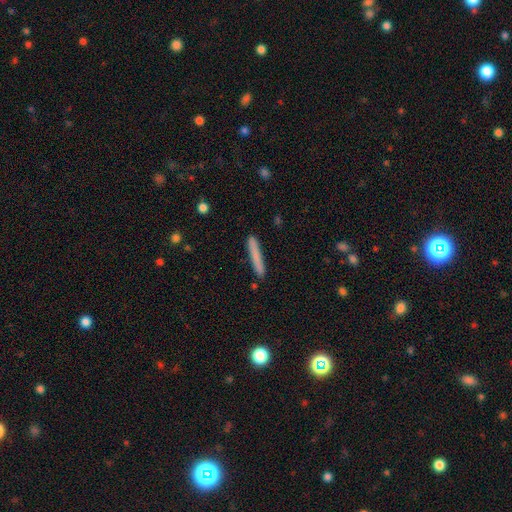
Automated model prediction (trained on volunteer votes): Smooth or featured? Predicted: smooth (p=0.77). How rounded? Predicted: cigar-shaped (p=0.96). Merging? Predicted: none (p=0.88).